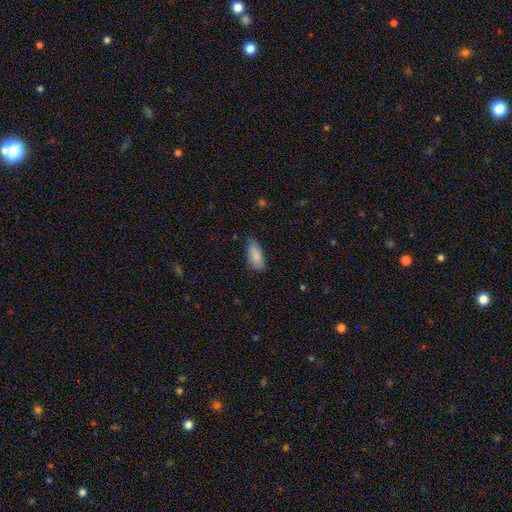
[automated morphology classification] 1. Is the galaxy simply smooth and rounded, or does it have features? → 87% smooth, 7% featured or disk, 6% star or artifact.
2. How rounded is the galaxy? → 79% in between, 19% cigar-shaped, 2% round.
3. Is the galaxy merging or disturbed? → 77% none, 18% minor disturbance, 3% major disturbance, 1% merger.